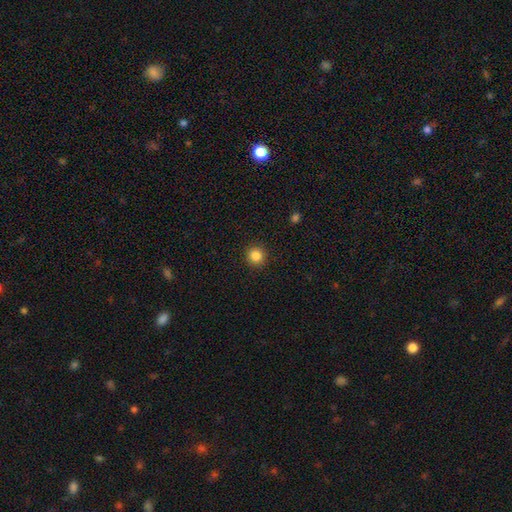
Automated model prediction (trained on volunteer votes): Overall: smooth (85%). How rounded: round (93%). Merging: none (92%).